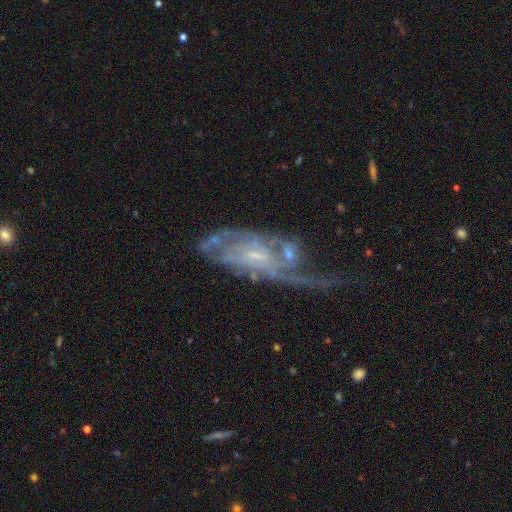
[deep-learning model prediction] The model was most divided on "spiral winding": medium: 39%, tight: 36%, loose: 26%. Remaining: edge-on disk — no (92%); spiral arms — yes (84%); smooth or featured — featured or disk (79%); bulge size — small (67%); bar — no (57%); spiral arm count — can't tell (39%); merging — major disturbance (36%).